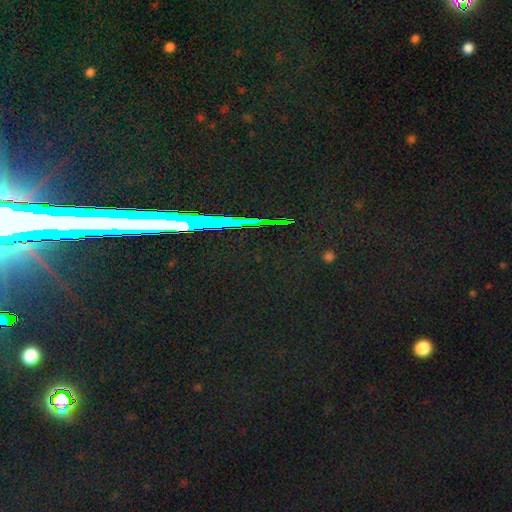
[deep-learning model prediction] Smooth or featured? Predicted: star or artifact (p=0.82).